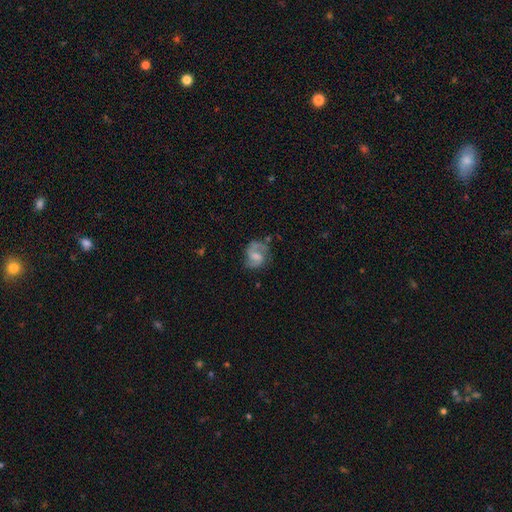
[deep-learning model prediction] smooth-or-featured: featured or disk: 71% | smooth: 22% | star or artifact: 7%
  disk-edge-on: no: 98% | yes: 2%
    bar: weak: 52% | no: 34% | strong: 14%
    has-spiral-arms: yes: 92% | no: 8%
      spiral-winding: medium: 49% | loose: 32% | tight: 19%
      spiral-arm-count: 2: 80% | 1: 11% | can't tell: 6% | 3: 2% | 4: 1% | more than 4: 1%
    bulge-size: moderate: 35% | small: 34% | none: 23% | large: 7% | dominant: 1%
  merging: none: 61% | minor disturbance: 22% | major disturbance: 13% | merger: 3%